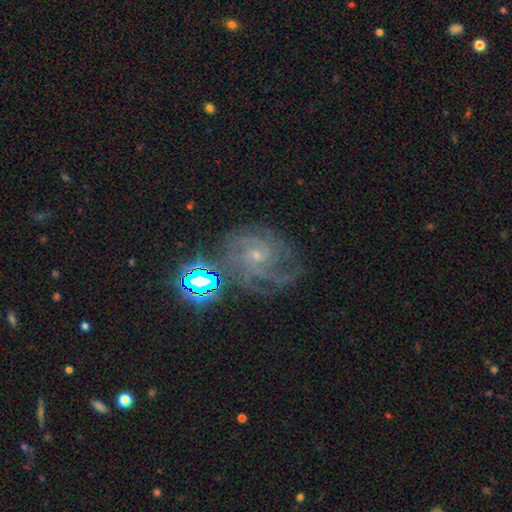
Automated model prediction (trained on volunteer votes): This appears to be a featured or disk galaxy (73%) with no bar (66%), tight (51%) spiral arms (95%) and a small central bulge (79%). Merging: none (64%).